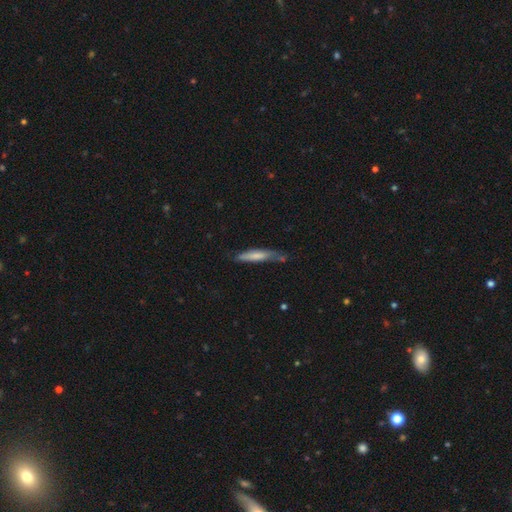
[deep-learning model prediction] This is likely a smooth galaxy (70%). How rounded: clearly cigar-shaped (86%). Merging: possibly none (56%).